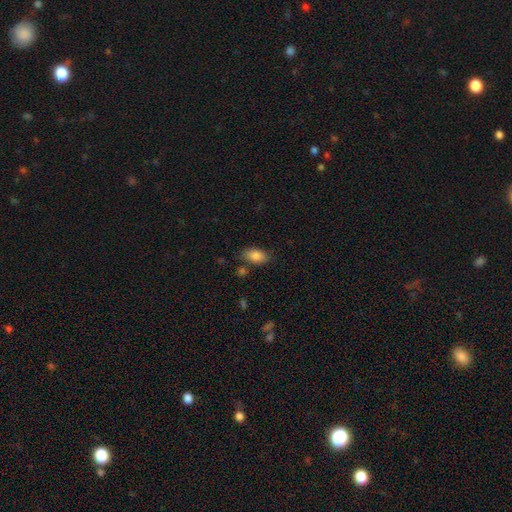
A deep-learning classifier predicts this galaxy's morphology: The model was most divided on "merging": none: 74%, minor disturbance: 16%, merger: 6%, major disturbance: 4%. More confident: how rounded — in between (91%); smooth or featured — smooth (85%).